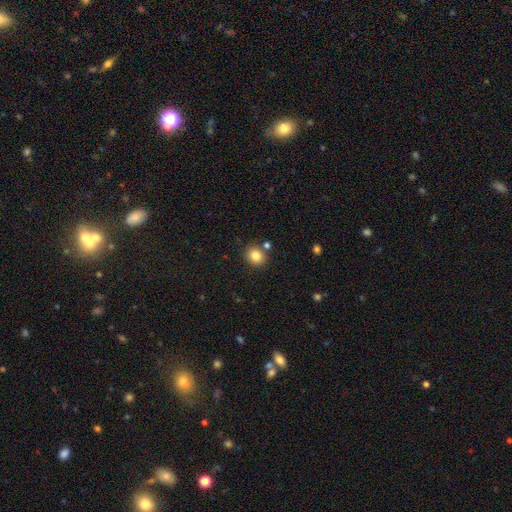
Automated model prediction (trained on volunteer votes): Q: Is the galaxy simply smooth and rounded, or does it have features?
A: smooth — 83%.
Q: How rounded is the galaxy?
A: round — 74%.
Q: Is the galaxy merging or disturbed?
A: none — 81%.